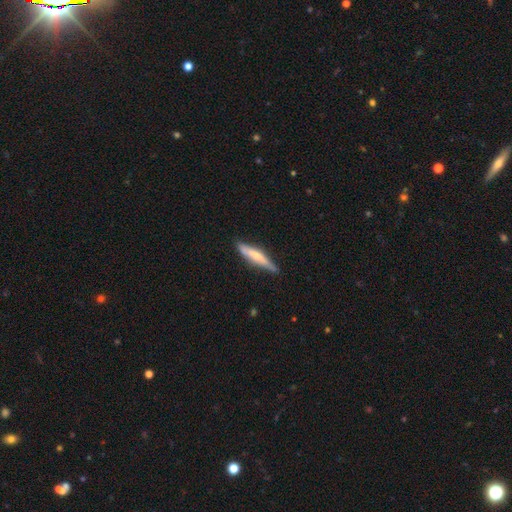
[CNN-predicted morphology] Overall: smooth (54%; featured or disk 40%). How rounded: cigar-shaped (88%). Merging: none (74%).